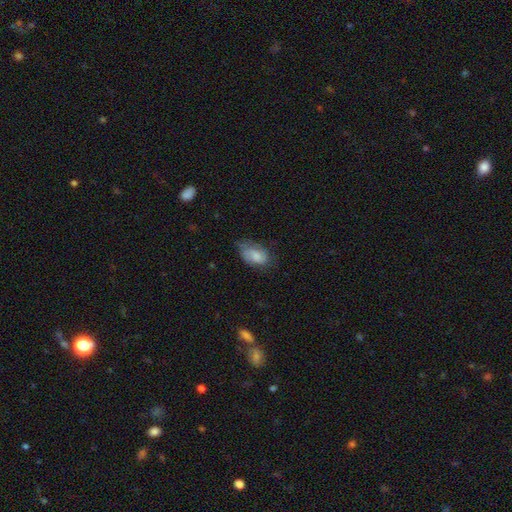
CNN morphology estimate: Overall: smooth (74%). How rounded: in between (91%). Merging: none (46%; minor disturbance 37%).